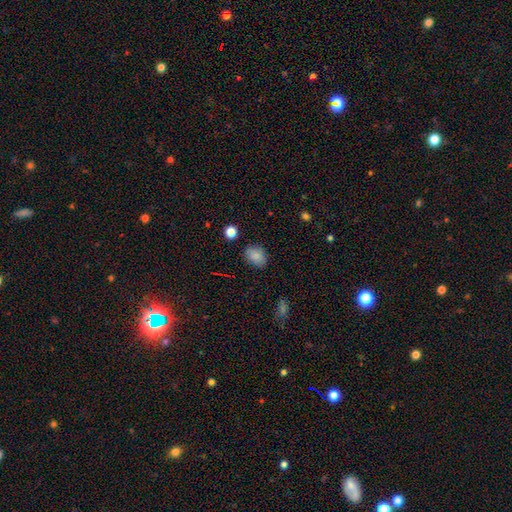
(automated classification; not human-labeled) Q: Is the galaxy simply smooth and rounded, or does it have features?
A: smooth — 85%.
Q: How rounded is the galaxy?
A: in between — 71%.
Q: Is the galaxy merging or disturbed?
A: none — 83%.